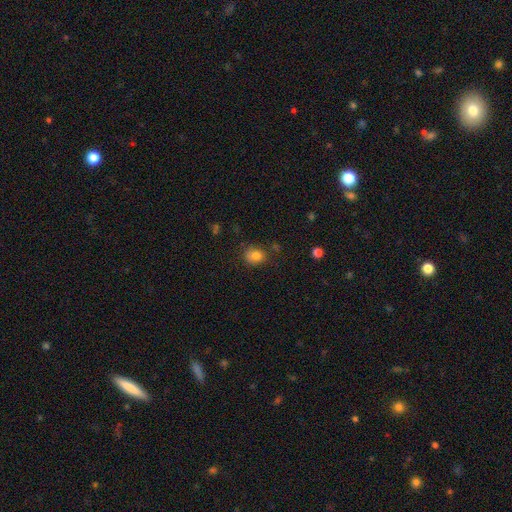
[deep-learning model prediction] smooth-or-featured: smooth: 80% | star or artifact: 11% | featured or disk: 8%
  how-rounded: round: 66% | in between: 33% | cigar-shaped: 1%
  merging: none: 73% | minor disturbance: 19% | major disturbance: 5% | merger: 3%